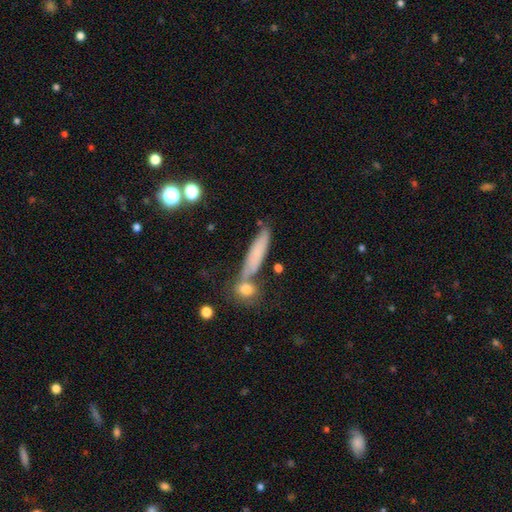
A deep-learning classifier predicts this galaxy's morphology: A smooth galaxy with no disk features (63%) that is cigar-shaped (79%).

Vote fractions:
- Smooth or featured? smooth: 63% / featured or disk: 25% / star or artifact: 12%
- How rounded? cigar-shaped: 79% / in between: 17% / round: 4%
- Merging? none: 63% / merger: 17% / minor disturbance: 15% / major disturbance: 5%